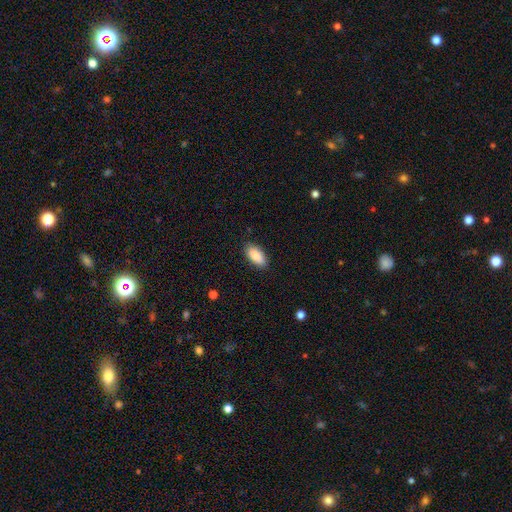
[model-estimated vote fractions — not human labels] Smooth or featured? smooth (88%)
How rounded? in between (91%)
Merging? none (87%)